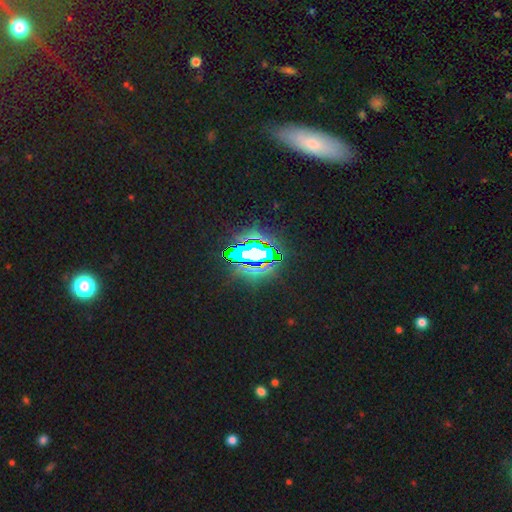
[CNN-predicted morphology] star or artifact 79%, smooth 13%, featured or disk 9%.